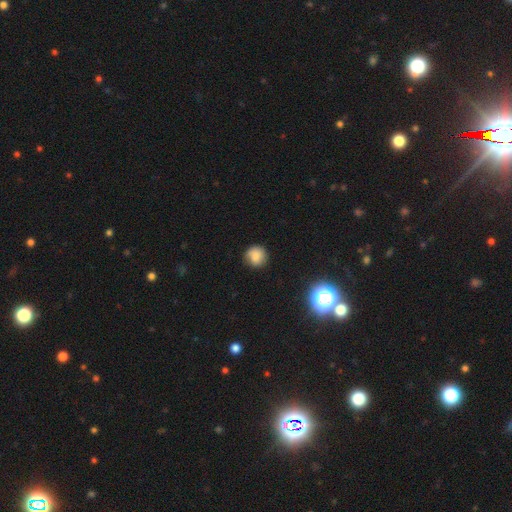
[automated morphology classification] The model was most divided on "merging": none: 77%, minor disturbance: 18%, major disturbance: 4%, merger: 1%. More confident: how rounded — round (89%); smooth or featured — smooth (80%).